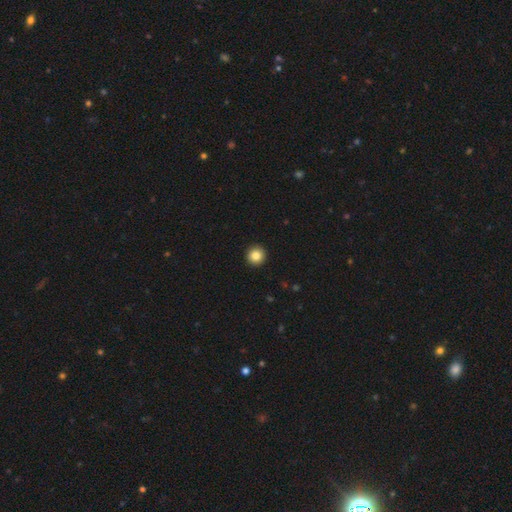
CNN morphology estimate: smooth-or-featured: smooth: 85% | star or artifact: 10% | featured or disk: 6%
  how-rounded: round: 96% | in between: 3% | cigar-shaped: 1%
  merging: none: 94% | minor disturbance: 4% | major disturbance: 1% | merger: 1%